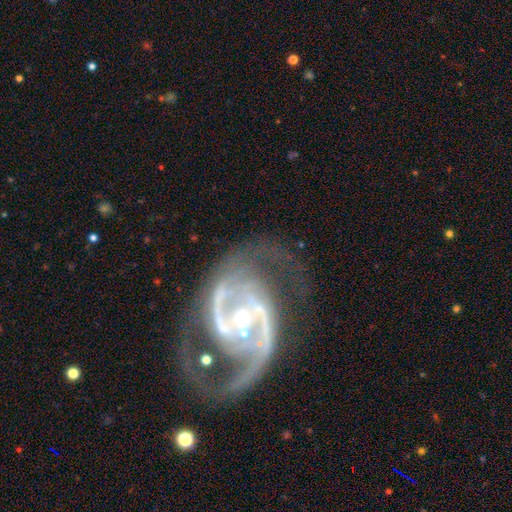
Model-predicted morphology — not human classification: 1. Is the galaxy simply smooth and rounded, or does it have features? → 92% featured or disk, 5% star or artifact, 3% smooth.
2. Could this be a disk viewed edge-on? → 98% no, 2% yes.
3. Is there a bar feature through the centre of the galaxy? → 36% weak, 35% strong, 29% no.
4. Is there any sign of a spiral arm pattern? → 98% yes, 2% no.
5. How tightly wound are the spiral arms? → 56% medium, 24% tight, 20% loose.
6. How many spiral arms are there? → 87% 2, 4% 3, 3% can't tell, 2% 1, 2% 4, 2% more than 4.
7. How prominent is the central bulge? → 54% small, 40% moderate, 3% large, 2% none, 1% dominant.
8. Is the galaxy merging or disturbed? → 58% none, 18% major disturbance, 17% minor disturbance, 7% merger.